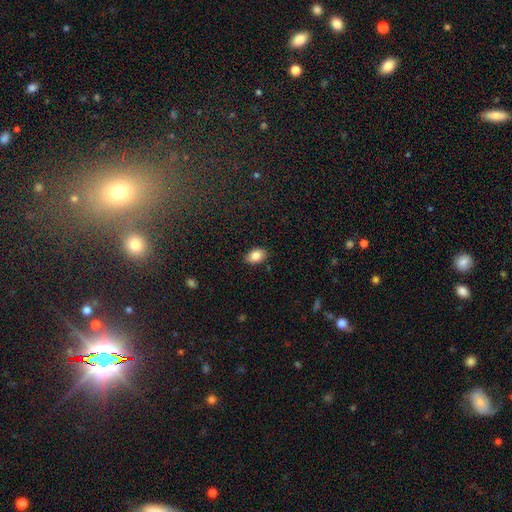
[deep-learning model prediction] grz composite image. It shows a smooth galaxy with no disk features (84%) that is in between round and cigar-shaped (87%). Merging: none (86%).